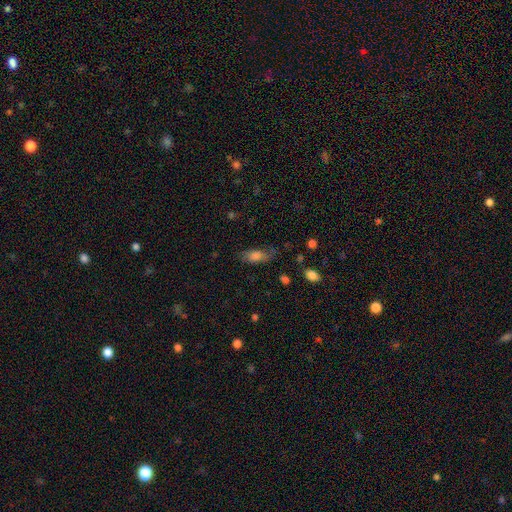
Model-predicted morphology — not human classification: The model was most divided on "merging": none: 64%, minor disturbance: 25%, major disturbance: 10%, merger: 2%. More confident: how rounded — in between (80%); smooth or featured — smooth (75%).